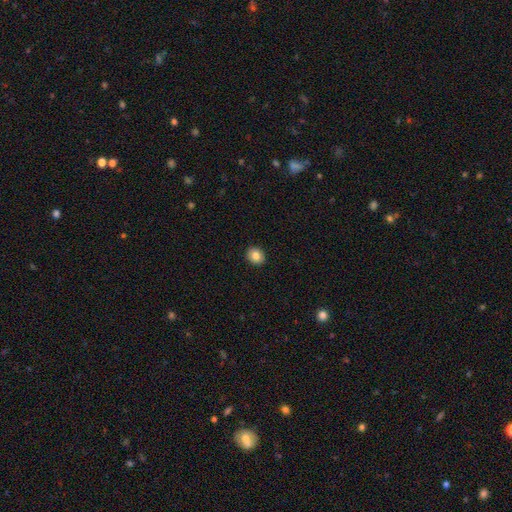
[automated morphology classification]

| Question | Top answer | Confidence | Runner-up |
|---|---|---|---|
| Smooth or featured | smooth | 82% | featured or disk (10%) |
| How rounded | round | 74% | in between (25%) |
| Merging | none | 92% | minor disturbance (6%) |